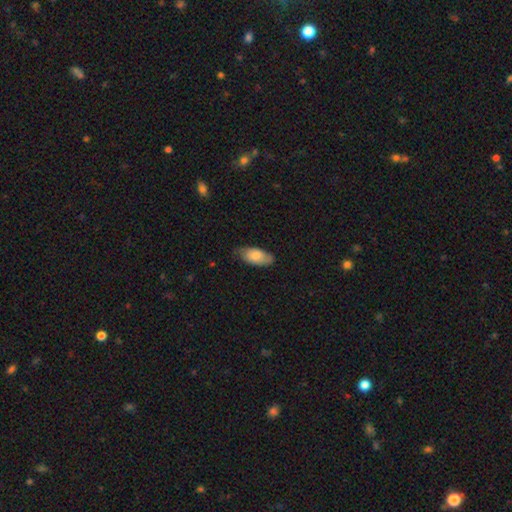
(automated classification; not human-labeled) Smooth or featured? smooth (75%)
How rounded? in between (91%)
Merging? none (70%)